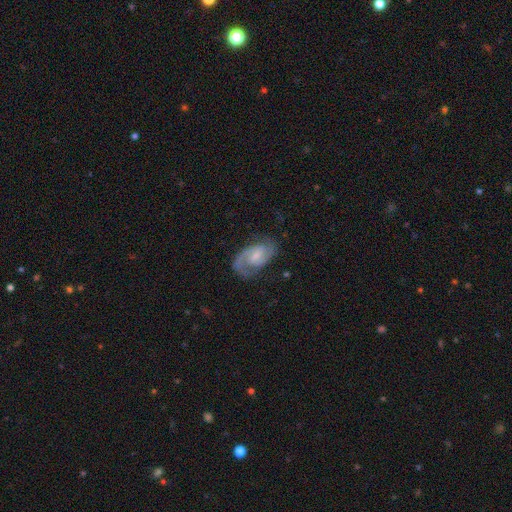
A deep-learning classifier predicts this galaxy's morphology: featured or disk 84%, smooth 11%, star or artifact 5%. Down the decision tree: edge-on disk — no (97%); bar — weak (56%); spiral arms — yes (96%); spiral arm count — 2 (84%); spiral winding — medium (52%); bulge size — small (53%); merging — none (72%).